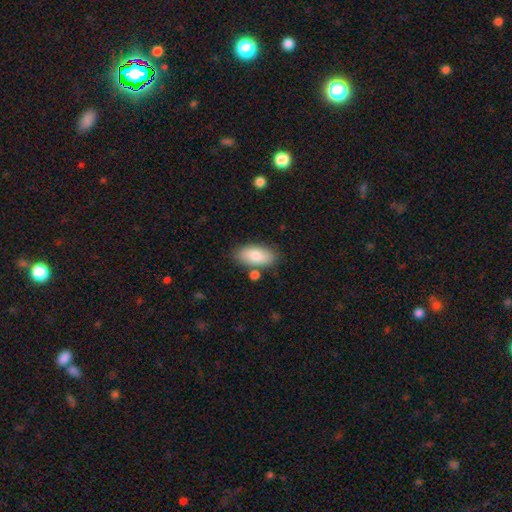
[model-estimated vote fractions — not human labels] Smooth or featured?
  - smooth: 82% *
  - featured or disk: 12%
  - star or artifact: 6%
How rounded?
  - in between: 91% *
  - cigar-shaped: 6%
  - round: 3%
Merging?
  - none: 76% *
  - minor disturbance: 13%
  - merger: 8%
  - major disturbance: 3%